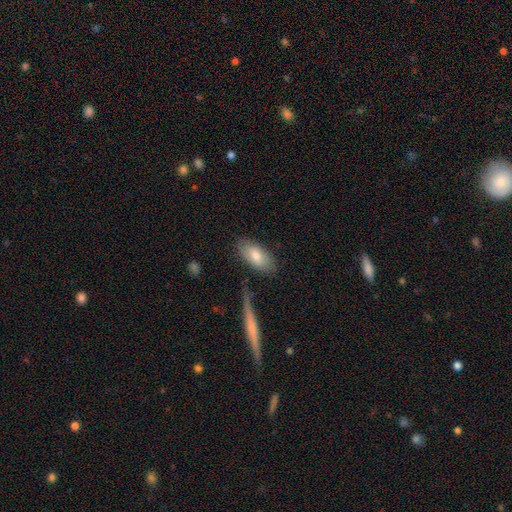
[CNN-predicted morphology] smooth 75%, featured or disk 19%, star or artifact 6%. Down the decision tree: how rounded — in between (87%); merging — none (77%).